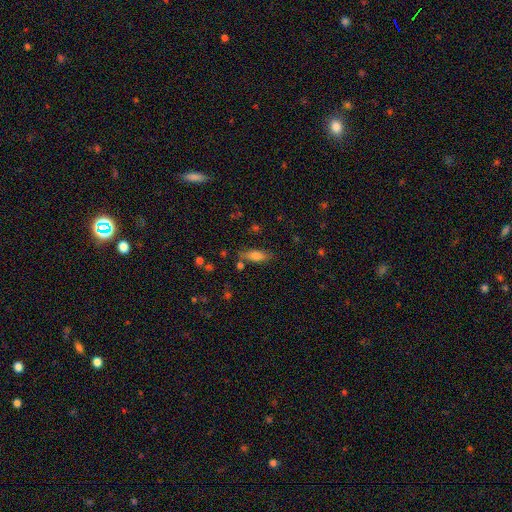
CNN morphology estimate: The model was most divided on "how rounded": in between: 73%, cigar-shaped: 25%, round: 3%. More confident: smooth or featured — smooth (77%); merging — none (74%).